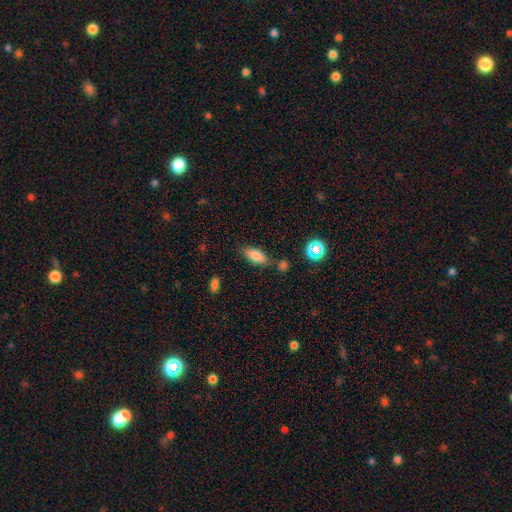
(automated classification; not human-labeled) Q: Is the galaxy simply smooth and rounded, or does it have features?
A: smooth — 78%.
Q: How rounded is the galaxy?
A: in between — 80%.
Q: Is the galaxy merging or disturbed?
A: none — 73%.